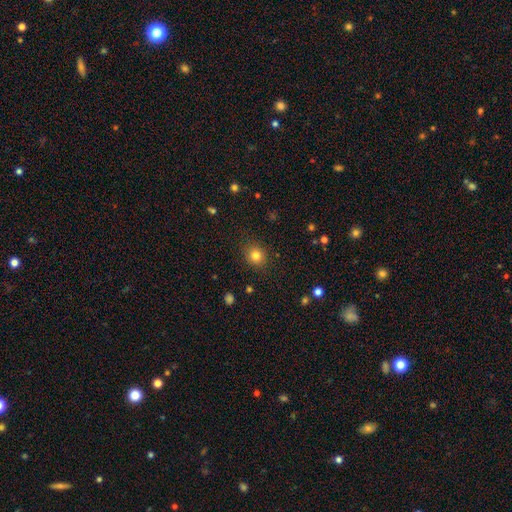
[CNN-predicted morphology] Q: Smooth or featured?
A: smooth (82%); runner-up: star or artifact (12%)
Q: How rounded?
A: round (82%); runner-up: in between (17%)
Q: Merging?
A: none (89%); runner-up: minor disturbance (8%)